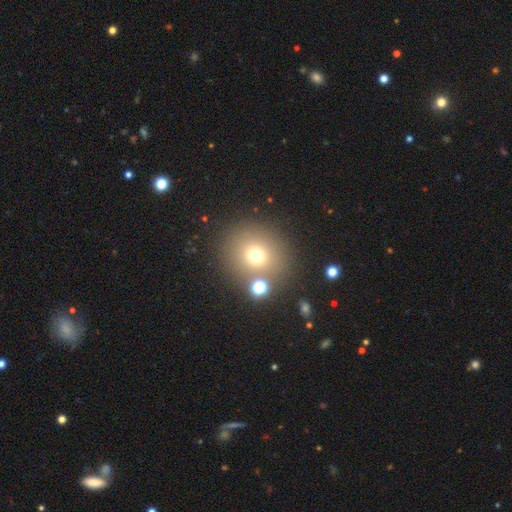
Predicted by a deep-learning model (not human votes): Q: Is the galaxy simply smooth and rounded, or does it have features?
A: smooth — 68%.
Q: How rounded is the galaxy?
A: round — 87%.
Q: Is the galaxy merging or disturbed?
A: none — 77%.